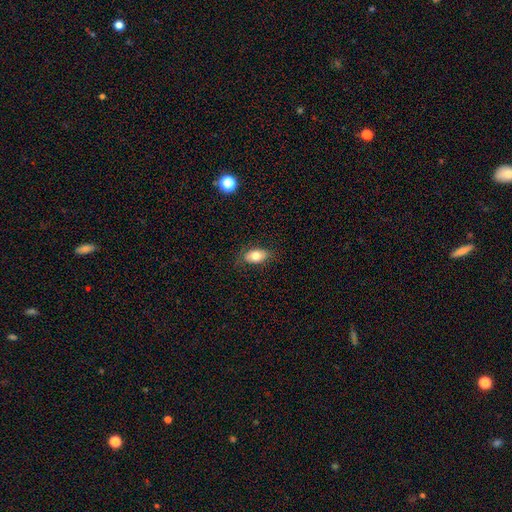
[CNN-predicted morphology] Smooth or featured? Predicted: smooth (p=0.78). How rounded? Predicted: in between (p=0.89). Merging? Predicted: none (p=0.80).